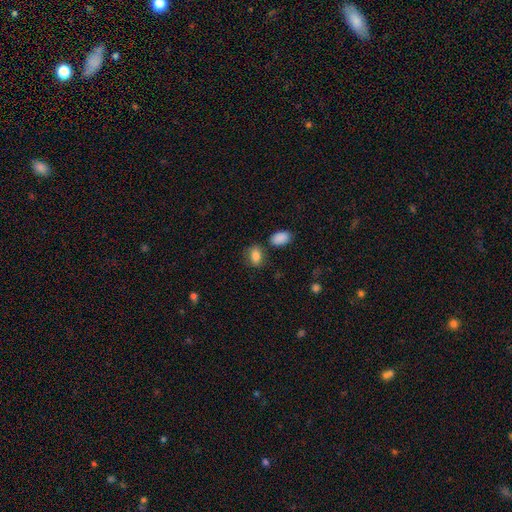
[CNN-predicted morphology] Smooth or featured: smooth — 85% (star or artifact — 9%)
How rounded: in between — 84% (round — 14%)
Merging: none — 71% (minor disturbance — 15%)